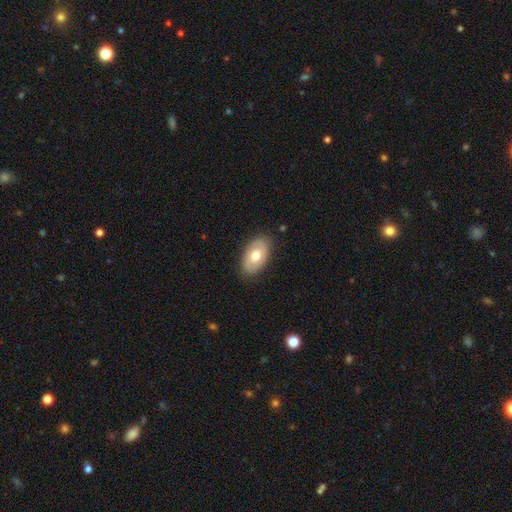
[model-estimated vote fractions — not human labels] Morphology: type=smooth (61%); roundness=in between (92%); merging=none (83%).